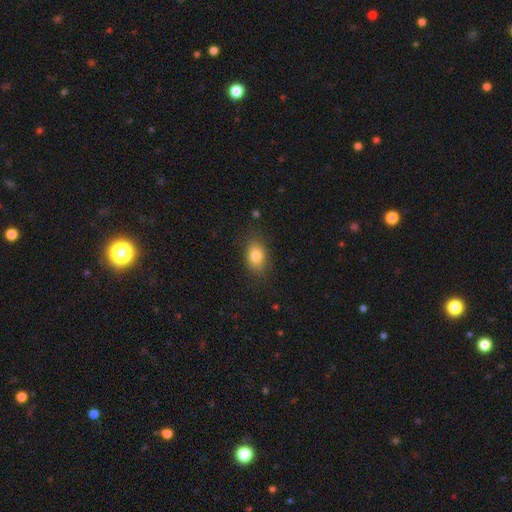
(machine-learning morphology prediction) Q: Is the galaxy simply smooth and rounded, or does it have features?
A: smooth — 83%.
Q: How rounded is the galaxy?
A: in between — 82%.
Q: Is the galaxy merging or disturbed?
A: none — 81%.